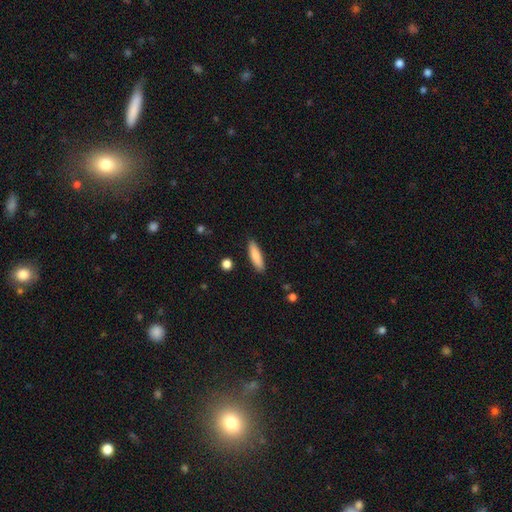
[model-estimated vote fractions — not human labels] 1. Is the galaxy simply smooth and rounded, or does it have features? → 84% smooth, 10% featured or disk, 6% star or artifact.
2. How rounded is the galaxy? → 67% cigar-shaped, 32% in between, 2% round.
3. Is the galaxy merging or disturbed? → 88% none, 9% minor disturbance, 2% major disturbance, 1% merger.